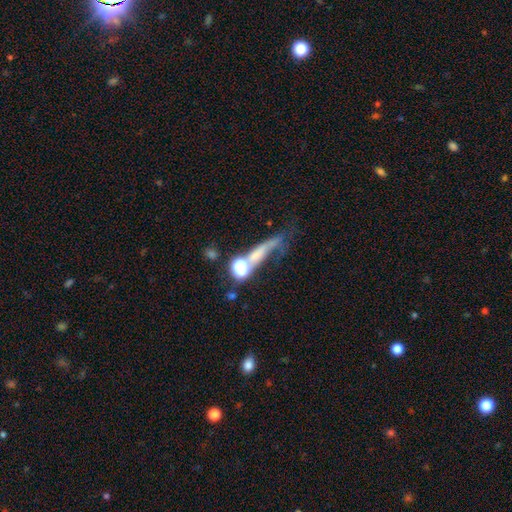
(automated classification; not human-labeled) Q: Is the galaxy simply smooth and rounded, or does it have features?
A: smooth — 48%.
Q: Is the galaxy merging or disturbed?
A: major disturbance — 30%.